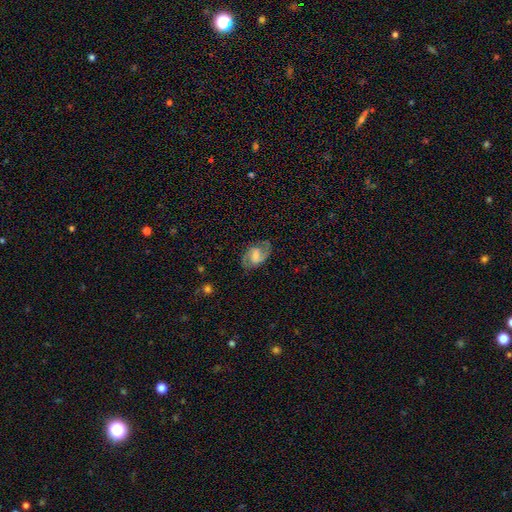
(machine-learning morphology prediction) A featured or disk galaxy (75%) with a weak bar (51%), 2 (89%) medium (54%) spiral arms (92%) and a moderate central bulge (47%). Merging: none (79%).